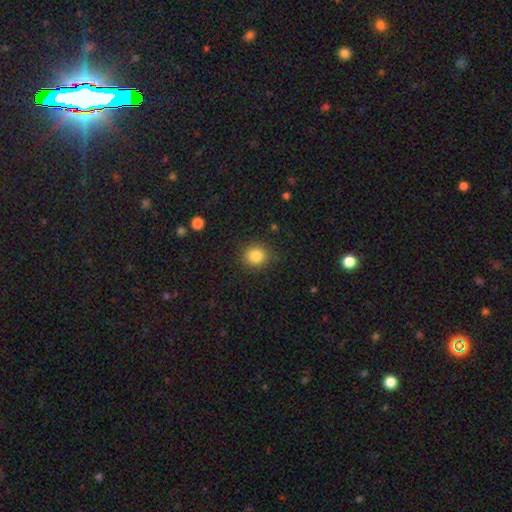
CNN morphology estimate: Smooth or featured: smooth — 84% (star or artifact — 10%)
How rounded: round — 84% (in between — 15%)
Merging: none — 87% (minor disturbance — 9%)